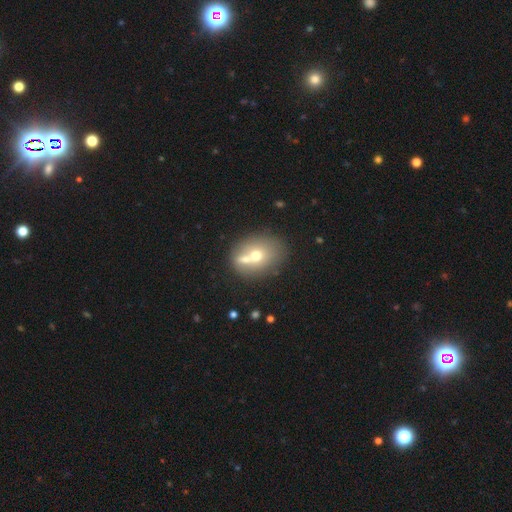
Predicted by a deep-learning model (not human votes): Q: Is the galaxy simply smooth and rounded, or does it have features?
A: smooth — 61%.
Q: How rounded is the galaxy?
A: round — 55%.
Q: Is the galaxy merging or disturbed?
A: merger — 49%.